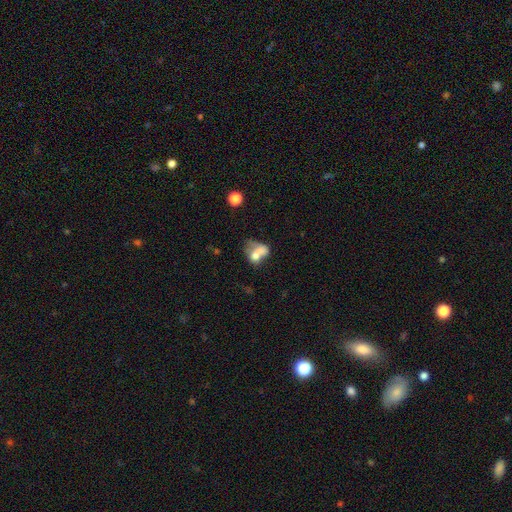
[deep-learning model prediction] Overall: smooth (63%; featured or disk 26%). How rounded: in between (63%; round 35%). Merging: merger (59%).